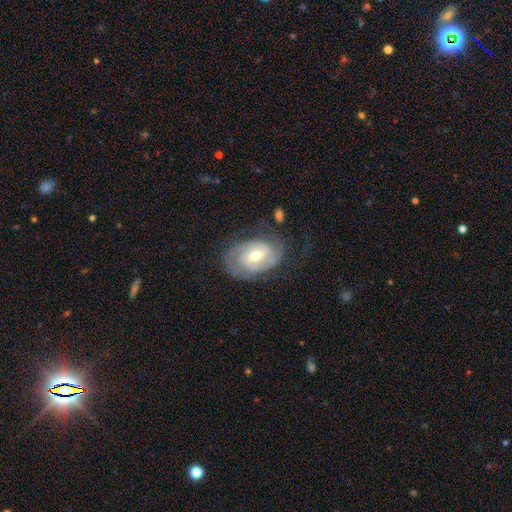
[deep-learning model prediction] A featured or disk galaxy (77%) with a weak bar (56%), 2 (55%) tight (55%) spiral arms (88%) and a moderate central bulge (63%).

Vote fractions:
- Smooth or featured? featured or disk: 77% / smooth: 18% / star or artifact: 6%
- Edge-on disk? no: 96% / yes: 4%
- Bar? weak: 56% / strong: 22% / no: 22%
- Spiral arms? yes: 88% / no: 12%
- Spiral winding? tight: 55% / medium: 33% / loose: 11%
- Spiral arm count? 2: 55% / can't tell: 27% / 3: 8% / 1: 6% / 4: 2% / more than 4: 2%
- Bulge size? moderate: 63% / small: 31% / large: 4% / none: 1% / dominant: 1%
- Merging? none: 62% / minor disturbance: 22% / major disturbance: 14% / merger: 2%